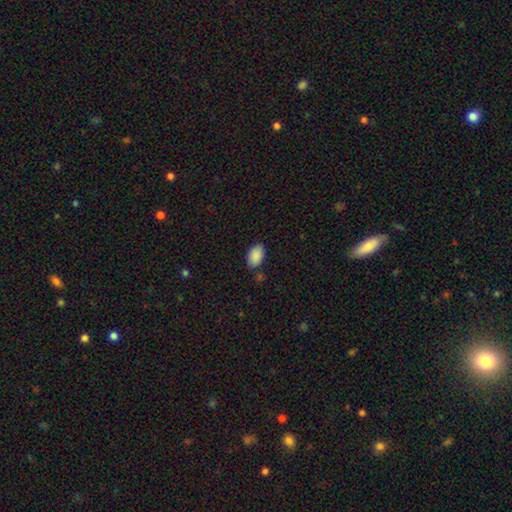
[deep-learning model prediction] smooth_or_featured: smooth (p=0.89) [alt: star or artifact p=0.07]
how_rounded: in between (p=0.93) [alt: round p=0.06]
merging: none (p=0.82) [alt: minor disturbance p=0.13]